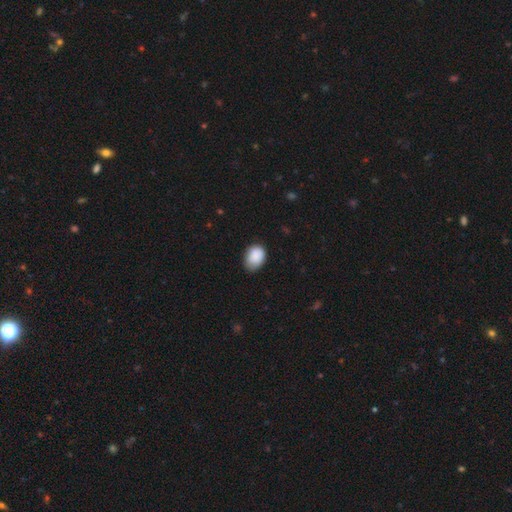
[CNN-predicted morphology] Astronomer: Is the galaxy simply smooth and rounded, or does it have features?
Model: smooth — 88%.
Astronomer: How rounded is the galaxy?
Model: in between — 65%.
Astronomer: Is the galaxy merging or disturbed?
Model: none — 61%.